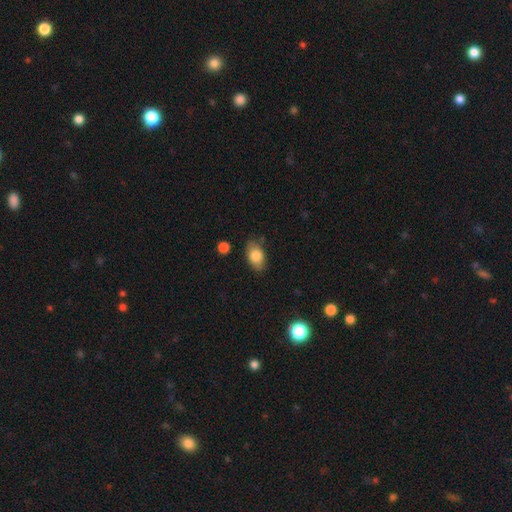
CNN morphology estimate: Smooth or featured? smooth (82%)
How rounded? in between (89%)
Merging? none (78%)